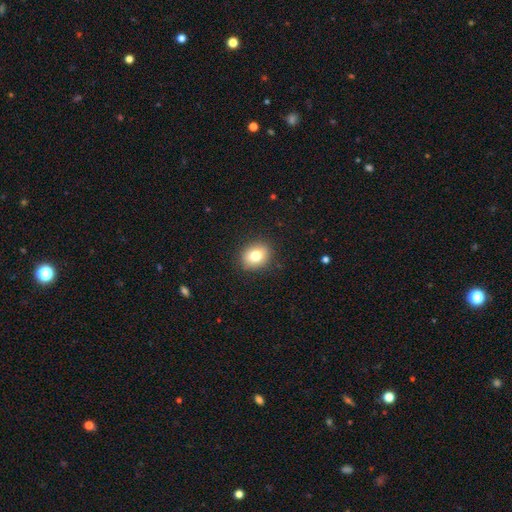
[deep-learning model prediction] A smooth galaxy with no disk features (79%) that is round (56%). Merging: none (89%).